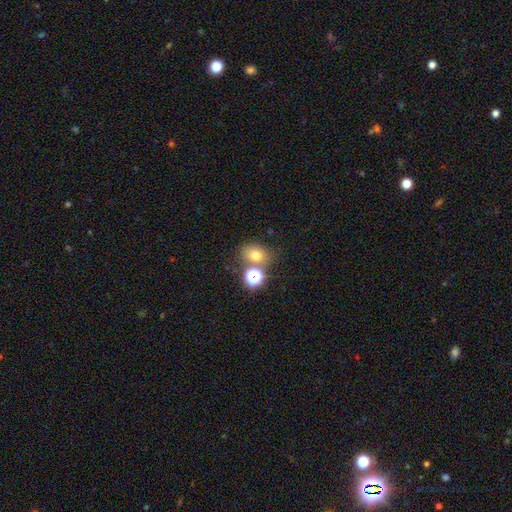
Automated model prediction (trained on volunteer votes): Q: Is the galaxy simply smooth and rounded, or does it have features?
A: smooth — 71%.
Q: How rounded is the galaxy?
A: round — 49%, tied with in between.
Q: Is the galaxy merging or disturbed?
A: none — 63%.